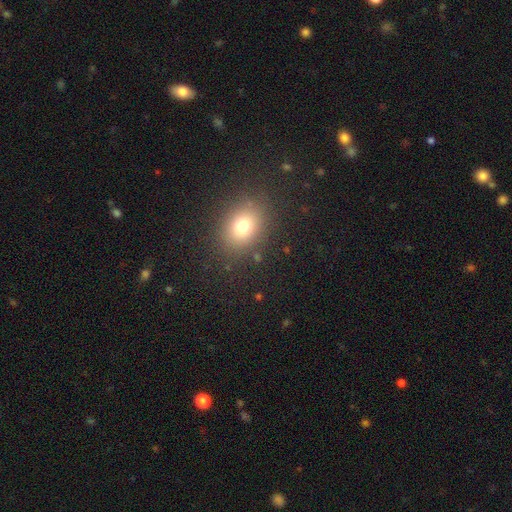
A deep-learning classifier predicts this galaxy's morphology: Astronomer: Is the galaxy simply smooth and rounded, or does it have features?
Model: smooth — 72%.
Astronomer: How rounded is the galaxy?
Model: in between — 52% (runner-up: round, 47%).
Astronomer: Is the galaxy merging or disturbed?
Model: none — 88%.